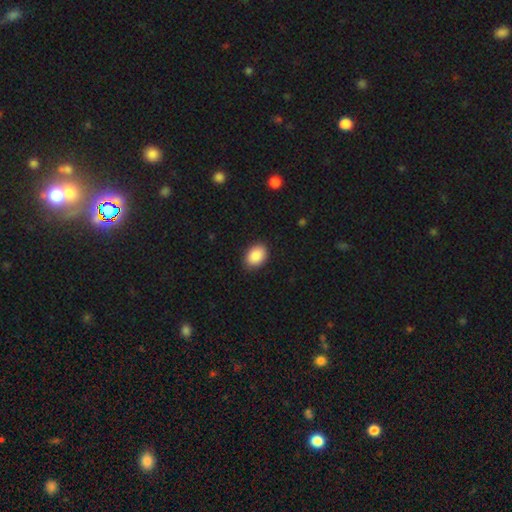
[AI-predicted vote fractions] A smooth galaxy with no disk features (89%) that is in between round and cigar-shaped (79%). Merging: none (88%).